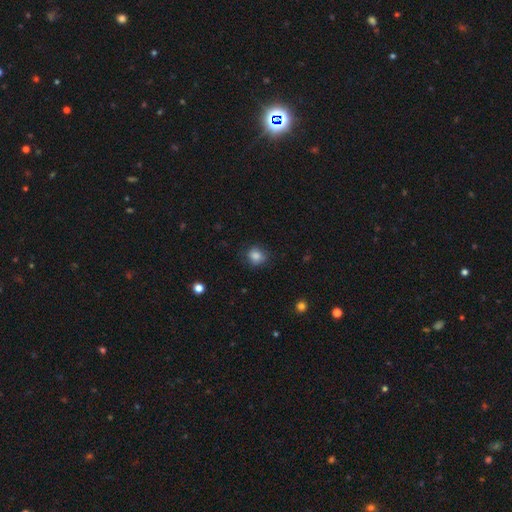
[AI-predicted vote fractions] Smooth or featured: smooth — 84% (star or artifact — 10%)
How rounded: round — 74% (in between — 25%)
Merging: none — 74% (minor disturbance — 20%)